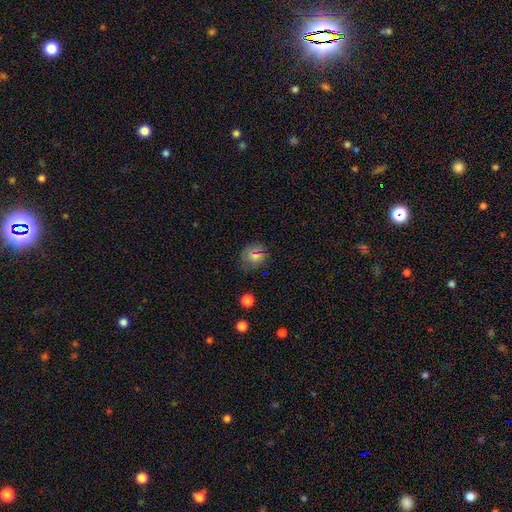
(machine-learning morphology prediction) A smooth galaxy with no disk features (70%) that is round (81%).

Vote fractions:
- Smooth or featured? smooth: 70% / star or artifact: 20% / featured or disk: 10%
- How rounded? round: 81% / in between: 18% / cigar-shaped: 1%
- Merging? none: 78% / minor disturbance: 14% / major disturbance: 5% / merger: 2%